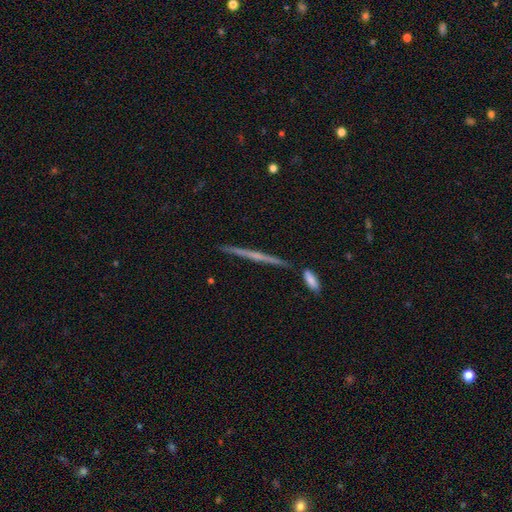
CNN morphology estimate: A featured or disk galaxy (66%) viewed edge-on (98%) with no central bulge (63%).

Vote fractions:
- Smooth or featured? featured or disk: 66% / smooth: 27% / star or artifact: 7%
- Edge-on disk? yes: 98% / no: 2%
- Edge-on bulge? none: 63% / rounded: 30% / boxy: 7%
- Merging? none: 87% / minor disturbance: 7% / merger: 4% / major disturbance: 2%